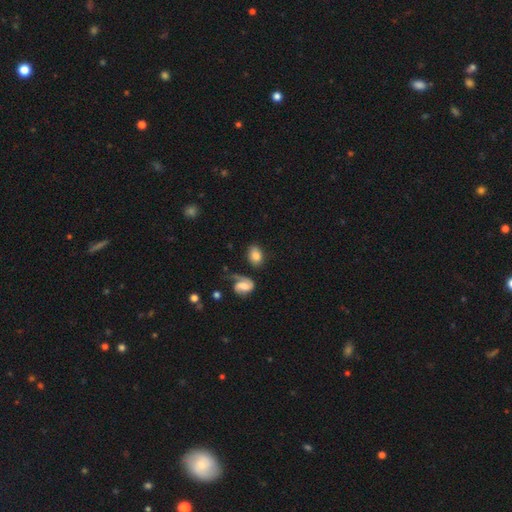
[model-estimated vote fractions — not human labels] A smooth galaxy with no disk features (73%) that is in between round and cigar-shaped (77%).

Vote fractions:
- Smooth or featured? smooth: 73% / featured or disk: 19% / star or artifact: 8%
- How rounded? in between: 77% / round: 21% / cigar-shaped: 1%
- Merging? none: 63% / minor disturbance: 18% / major disturbance: 10% / merger: 8%